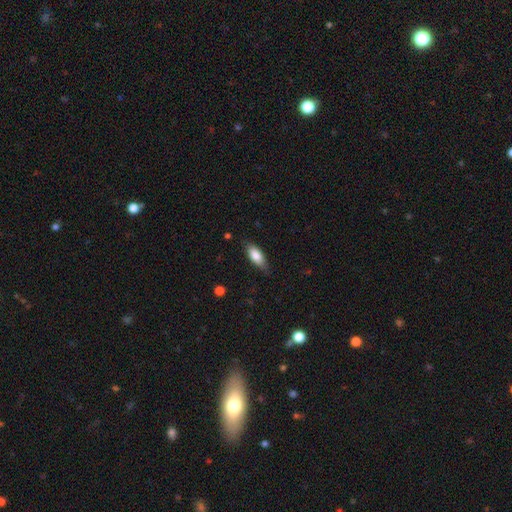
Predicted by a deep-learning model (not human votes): Q: Smooth or featured?
A: smooth (80%); runner-up: featured or disk (14%)
Q: How rounded?
A: in between (80%); runner-up: cigar-shaped (18%)
Q: Merging?
A: none (78%); runner-up: minor disturbance (17%)